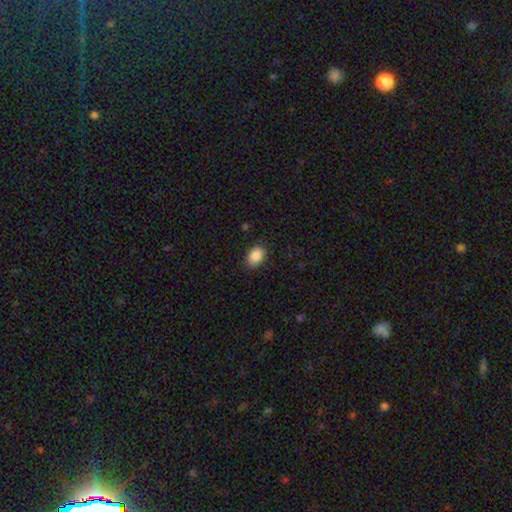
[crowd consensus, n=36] smooth-or-featured: smooth: 94% | featured or disk: 3% | star or artifact: 3%
  how-rounded: in between: 62% | round: 38% | cigar-shaped: 0%
  merging: none: 86% | minor disturbance: 9% | major disturbance: 6% | merger: 0%